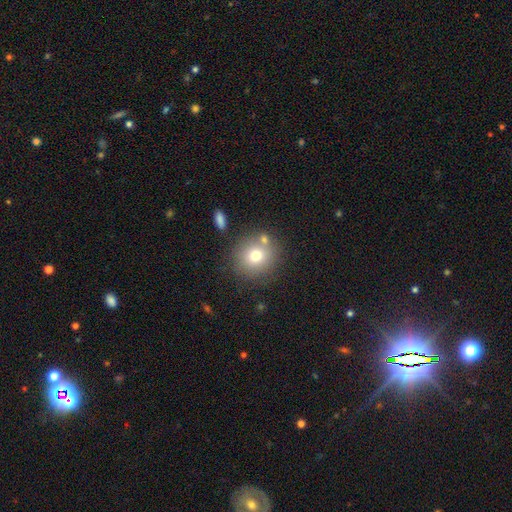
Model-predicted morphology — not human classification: smooth_or_featured: smooth (p=0.72) [alt: featured or disk p=0.15]
how_rounded: round (p=0.87) [alt: in between p=0.12]
merging: none (p=0.73) [alt: merger p=0.13]